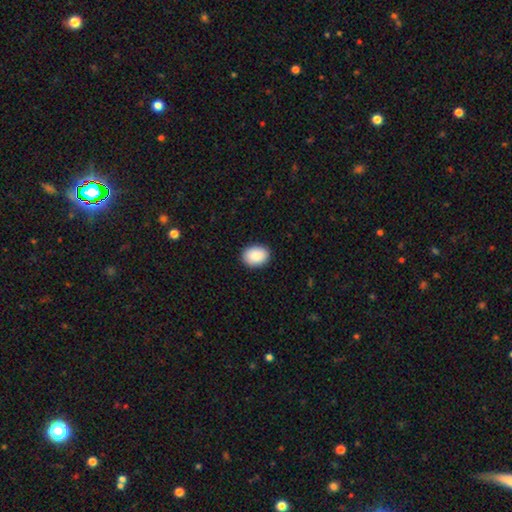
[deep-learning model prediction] smooth_or_featured: smooth (p=0.89) [alt: star or artifact p=0.07]
how_rounded: in between (p=0.69) [alt: round p=0.30]
merging: none (p=0.90) [alt: minor disturbance p=0.08]